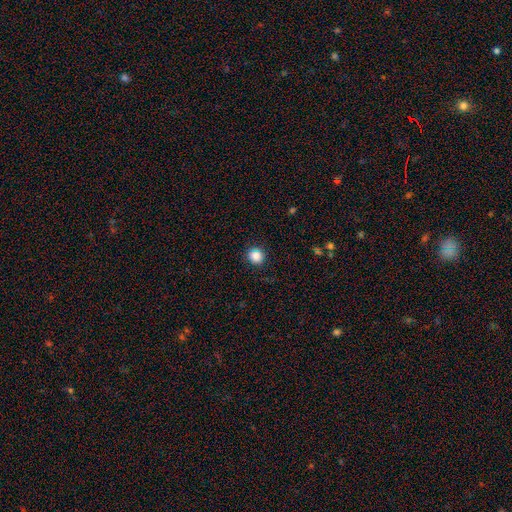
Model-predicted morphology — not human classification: Smooth or featured: smooth — 83% (star or artifact — 13%)
How rounded: round — 89% (in between — 10%)
Merging: none — 88% (minor disturbance — 8%)